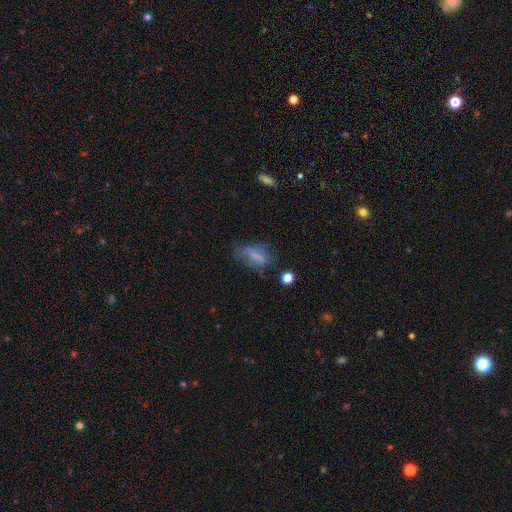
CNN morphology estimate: Smooth or featured: smooth — 55% (featured or disk — 32%)
How rounded: in between — 74% (cigar-shaped — 18%)
Merging: none — 46% (minor disturbance — 28%)